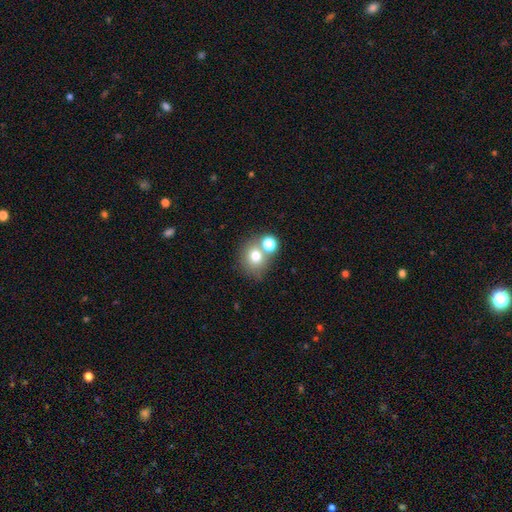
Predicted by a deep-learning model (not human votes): A smooth galaxy with no disk features (74%) that is round (72%).

Vote fractions:
- Smooth or featured? smooth: 74% / star or artifact: 13% / featured or disk: 13%
- How rounded? round: 72% / in between: 27% / cigar-shaped: 1%
- Merging? none: 52% / merger: 35% / minor disturbance: 9% / major disturbance: 4%